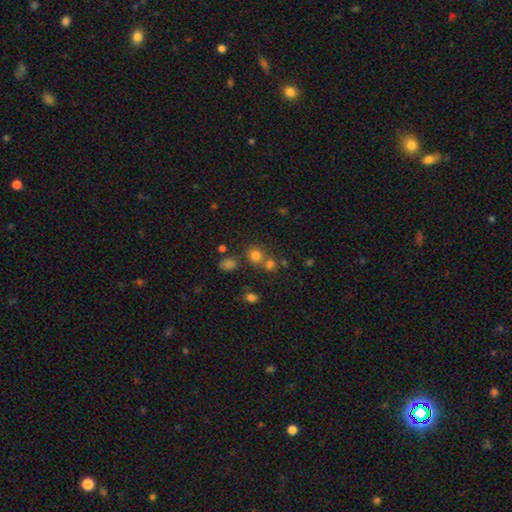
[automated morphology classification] A smooth galaxy with no disk features (74%) that is round (82%).

Vote fractions:
- Smooth or featured? smooth: 74% / star or artifact: 18% / featured or disk: 8%
- How rounded? round: 82% / in between: 17% / cigar-shaped: 1%
- Merging? none: 59% / merger: 28% / minor disturbance: 9% / major disturbance: 4%